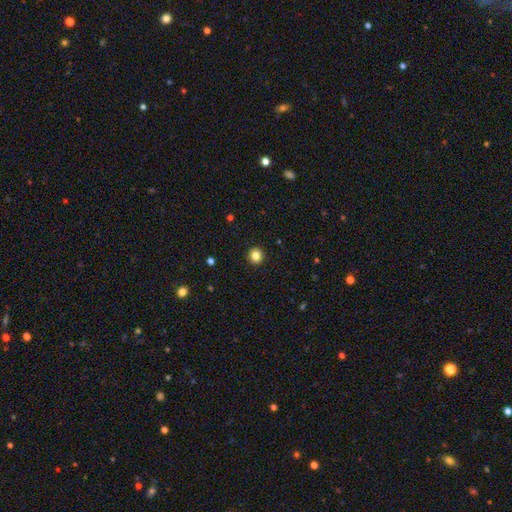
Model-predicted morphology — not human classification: smooth-or-featured: smooth: 84% | star or artifact: 11% | featured or disk: 5%
  how-rounded: round: 93% | in between: 6% | cigar-shaped: 1%
  merging: none: 93% | minor disturbance: 4% | major disturbance: 1% | merger: 1%